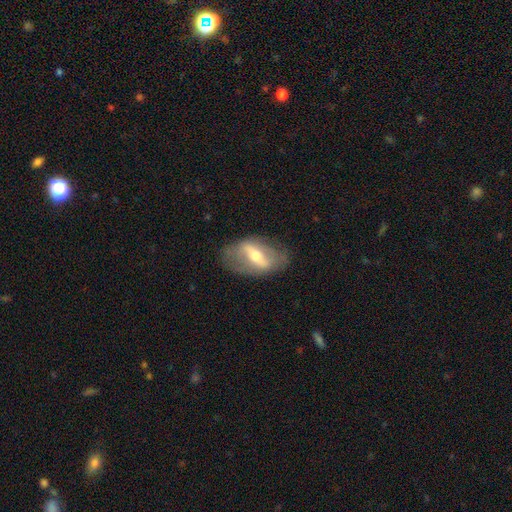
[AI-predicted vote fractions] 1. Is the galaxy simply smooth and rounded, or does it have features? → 69% featured or disk, 24% smooth, 7% star or artifact.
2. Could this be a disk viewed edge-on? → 80% no, 20% yes.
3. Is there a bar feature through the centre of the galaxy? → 69% strong, 23% weak, 9% no.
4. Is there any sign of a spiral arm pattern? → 62% no, 38% yes.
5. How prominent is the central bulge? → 62% moderate, 27% small, 8% large, 2% none, 1% dominant.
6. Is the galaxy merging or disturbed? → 74% none, 16% minor disturbance, 8% major disturbance, 1% merger.